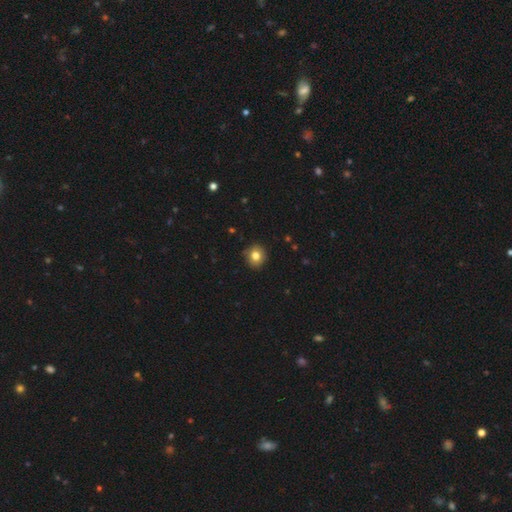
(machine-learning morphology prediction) This is clearly a smooth galaxy (81%). How rounded: clearly round (86%). Merging: clearly none (89%).